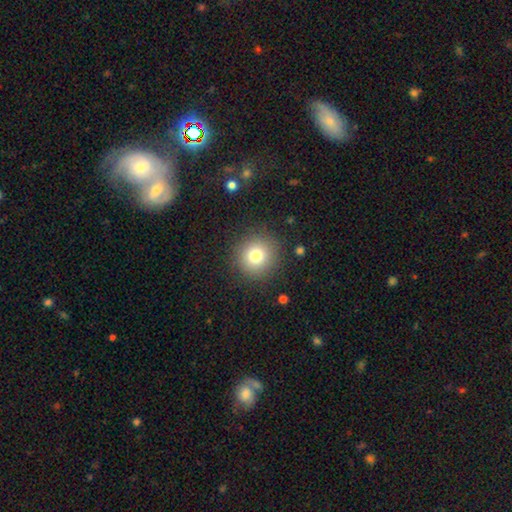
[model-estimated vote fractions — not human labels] The model was most divided on "smooth or featured": smooth: 78%, star or artifact: 13%, featured or disk: 10%. More confident: how rounded — round (94%); merging — none (89%).